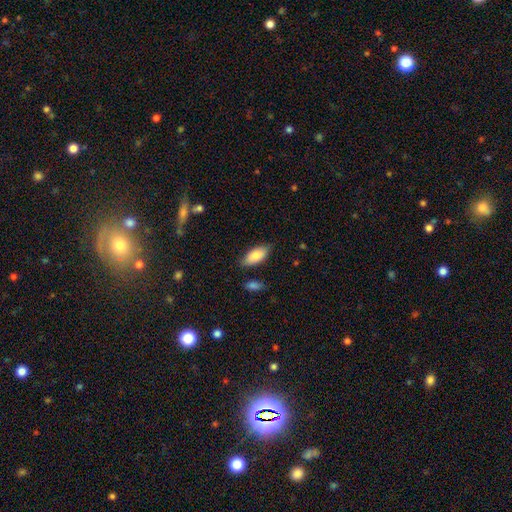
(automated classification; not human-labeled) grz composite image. It shows a smooth galaxy with no disk features (85%) that is in between round and cigar-shaped (88%). Merging: none (81%).